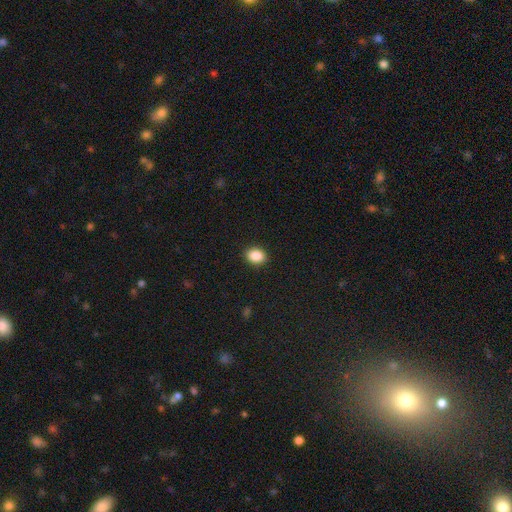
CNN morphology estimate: type=smooth (88%); roundness=in between (62%); merging=none (91%).